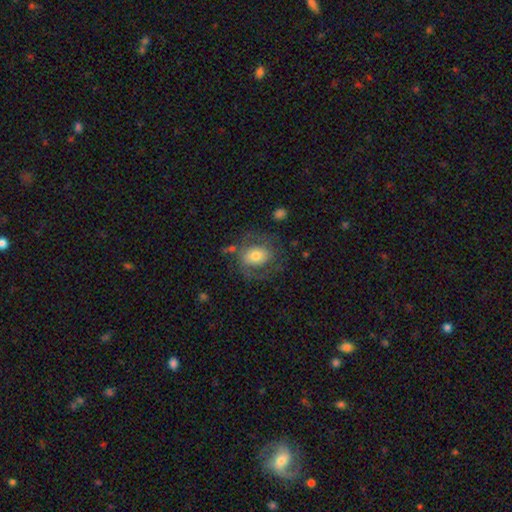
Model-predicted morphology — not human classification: smooth 50%, featured or disk 42%, star or artifact 8%. Down the decision tree: how rounded — in between (52%); merging — none (58%).